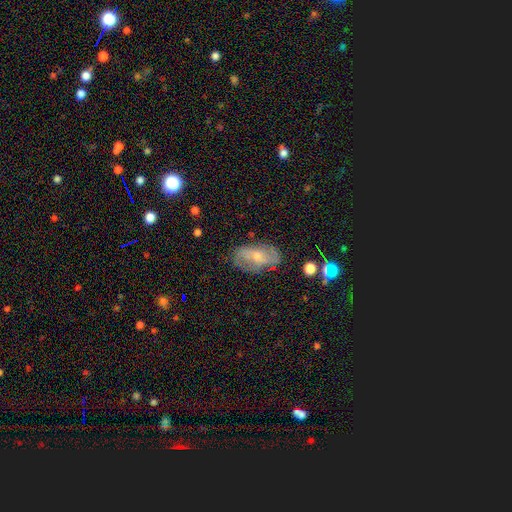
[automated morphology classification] A featured or disk galaxy (60%) with no bar (52%), spiral arms (71%) and a small central bulge (53%). Merging: none (73%).